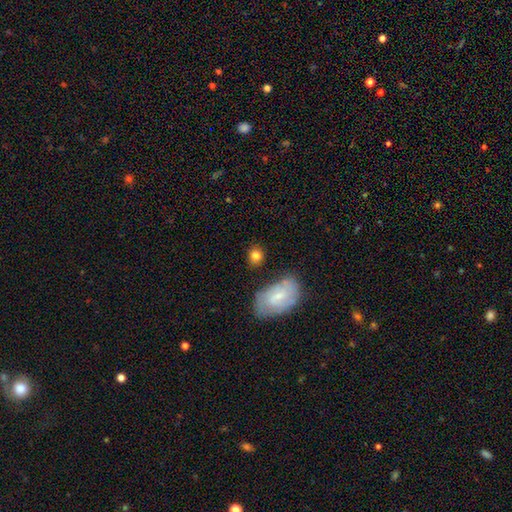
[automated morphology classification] smooth_or_featured: smooth (p=0.80) [alt: featured or disk p=0.13]
how_rounded: round (p=0.66) [alt: in between p=0.32]
merging: none (p=0.73) [alt: minor disturbance p=0.15]